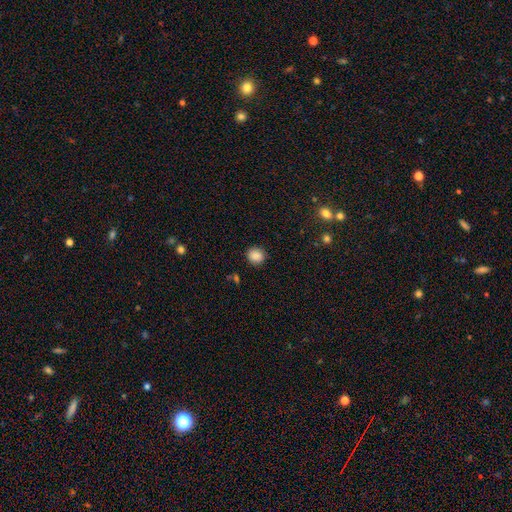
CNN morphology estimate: smooth_or_featured: smooth (p=0.87) [alt: star or artifact p=0.10]
how_rounded: round (p=0.79) [alt: in between p=0.20]
merging: none (p=0.88) [alt: minor disturbance p=0.08]